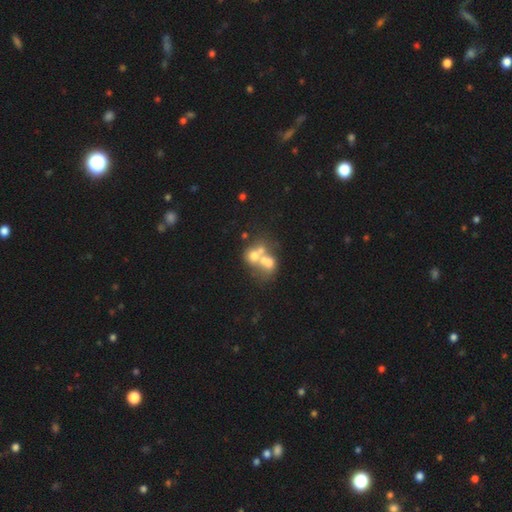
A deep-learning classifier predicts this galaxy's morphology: A smooth galaxy with no disk features (47%).

Vote fractions:
- Smooth or featured? smooth: 47% / featured or disk: 37% / star or artifact: 16%
- Merging? merger: 62% / none: 23% / major disturbance: 8% / minor disturbance: 7%